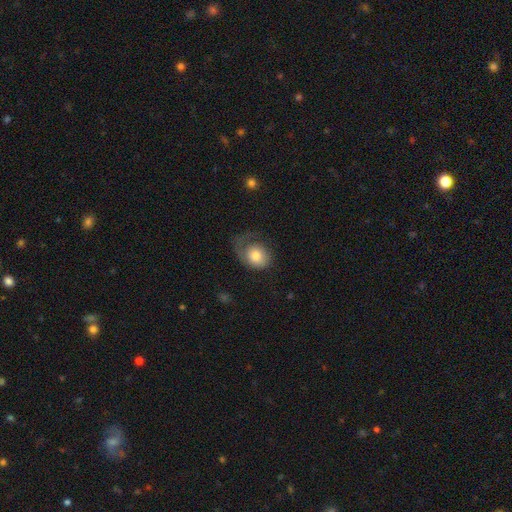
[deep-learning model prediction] Smooth or featured? Predicted: smooth (p=0.68). How rounded? Predicted: round (p=0.52). Merging? Predicted: major disturbance (p=0.40).